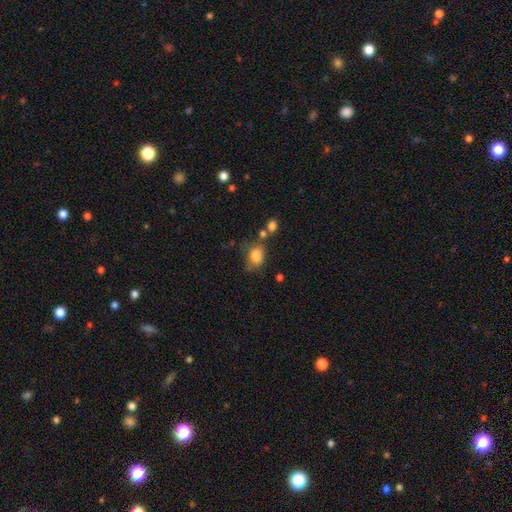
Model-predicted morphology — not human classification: Q: Smooth or featured?
A: smooth (82%); runner-up: star or artifact (10%)
Q: How rounded?
A: in between (60%); runner-up: round (38%)
Q: Merging?
A: none (57%); runner-up: minor disturbance (22%)